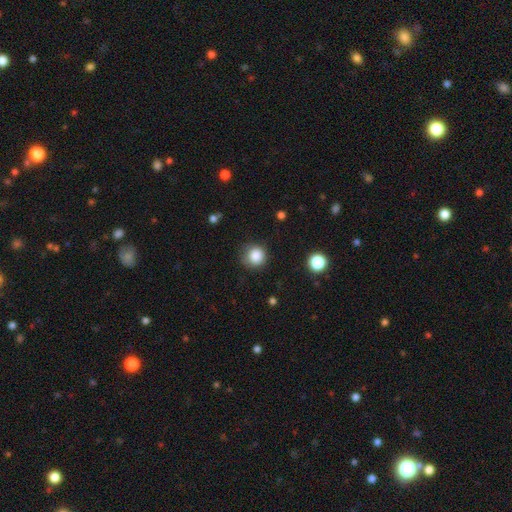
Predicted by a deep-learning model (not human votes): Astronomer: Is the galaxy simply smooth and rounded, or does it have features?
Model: smooth — 85%.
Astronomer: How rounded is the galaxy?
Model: round — 92%.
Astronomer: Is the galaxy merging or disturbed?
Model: none — 77%.